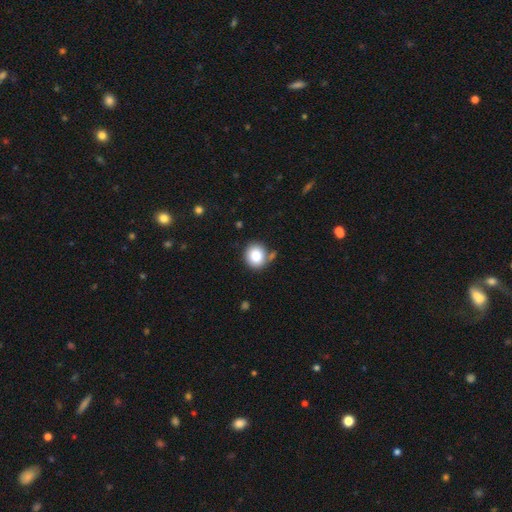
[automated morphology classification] The model was most divided on "merging": none: 73%, minor disturbance: 14%, merger: 9%, major disturbance: 4%. More confident: how rounded — round (85%); smooth or featured — smooth (84%).